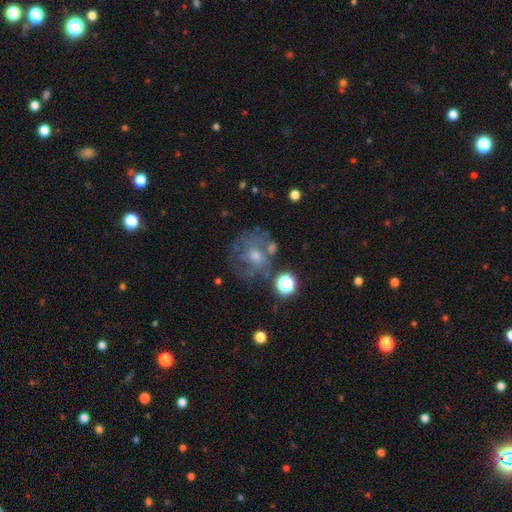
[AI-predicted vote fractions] smooth_or_featured: featured or disk (p=0.58) [alt: smooth p=0.24]
disk_edge_on: no (p=0.97) [alt: yes p=0.03]
bar: no (p=0.71) [alt: weak p=0.24]
has_spiral_arms: yes (p=0.63) [alt: no p=0.37]
bulge_size: moderate (p=0.50) [alt: small p=0.39]
merging: none (p=0.60) [alt: minor disturbance p=0.18]